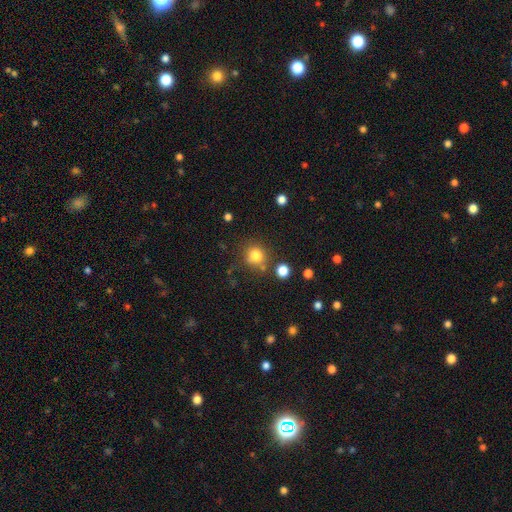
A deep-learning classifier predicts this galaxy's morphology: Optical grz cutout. It shows a smooth galaxy with no disk features (80%) that is round (89%). Merging: none (74%).